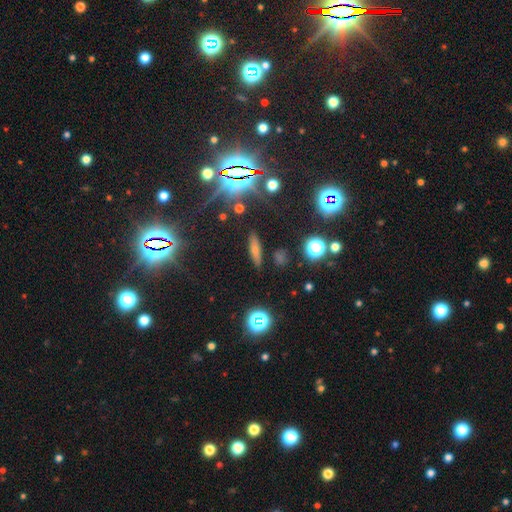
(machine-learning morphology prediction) A star or artifact, not a galaxy (77%).

Vote fractions:
- Smooth or featured? star or artifact: 77% / smooth: 14% / featured or disk: 10%